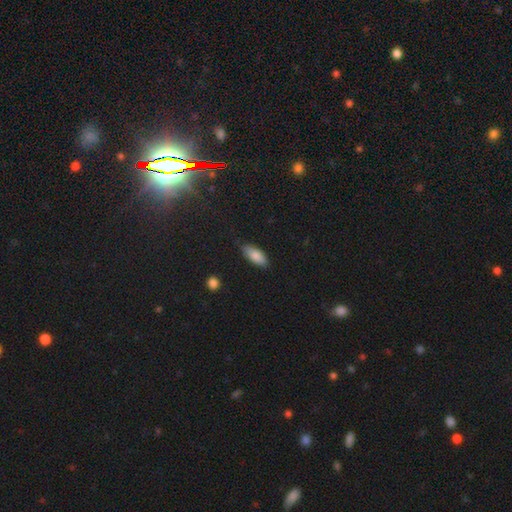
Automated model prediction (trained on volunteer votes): A smooth galaxy with no disk features (85%) that is in between round and cigar-shaped (83%). Merging: none (81%).